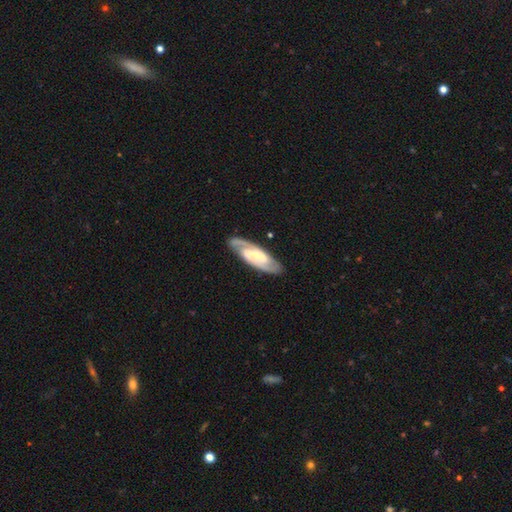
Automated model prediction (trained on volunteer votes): smooth-or-featured: featured or disk: 85% | smooth: 11% | star or artifact: 4%
  disk-edge-on: no: 92% | yes: 8%
    bar: strong: 42% | weak: 38% | no: 21%
    has-spiral-arms: yes: 96% | no: 4%
      spiral-winding: medium: 47% | tight: 42% | loose: 11%
      spiral-arm-count: 2: 88% | can't tell: 5% | 3: 3% | 1: 2% | 4: 1% | more than 4: 1%
    bulge-size: small: 58% | moderate: 34% | none: 4% | large: 3% | dominant: 1%
  merging: none: 85% | minor disturbance: 11% | major disturbance: 3% | merger: 1%